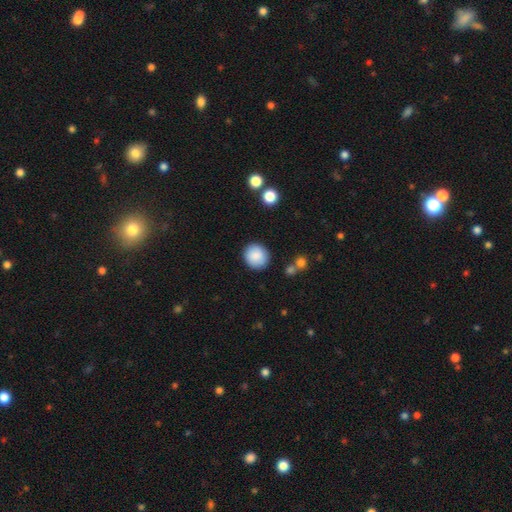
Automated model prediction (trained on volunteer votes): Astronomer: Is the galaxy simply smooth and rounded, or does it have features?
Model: smooth — 86%.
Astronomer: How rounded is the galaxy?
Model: round — 86%.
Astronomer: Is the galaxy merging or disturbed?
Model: none — 87%.